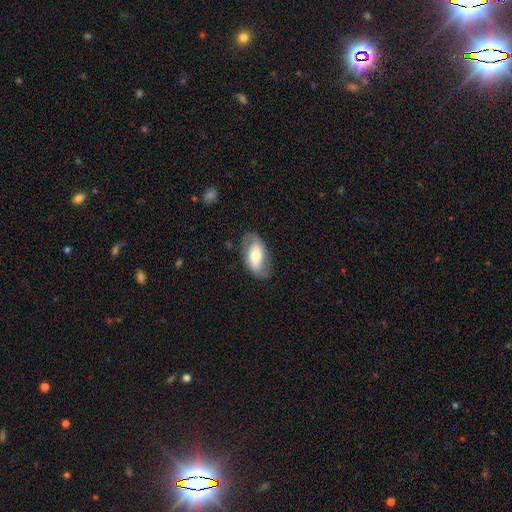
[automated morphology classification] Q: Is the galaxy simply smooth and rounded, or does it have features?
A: featured or disk — 48%.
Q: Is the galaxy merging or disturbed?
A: none — 71%.